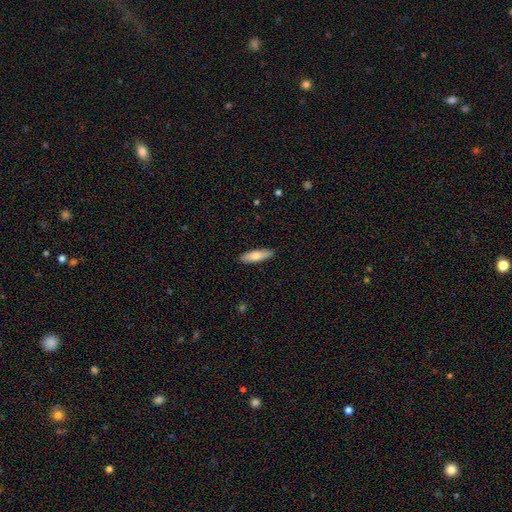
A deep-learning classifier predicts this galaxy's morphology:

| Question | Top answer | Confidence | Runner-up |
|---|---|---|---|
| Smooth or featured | smooth | 72% | featured or disk (23%) |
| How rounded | cigar-shaped | 60% | in between (38%) |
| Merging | none | 89% | minor disturbance (8%) |